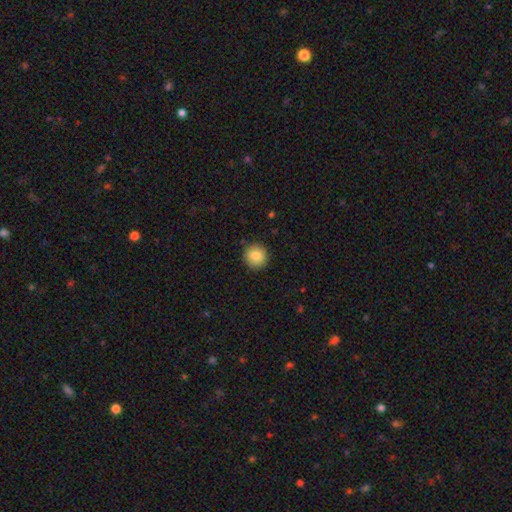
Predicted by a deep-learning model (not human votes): smooth_or_featured: smooth (p=0.84) [alt: star or artifact p=0.09]
how_rounded: round (p=0.94) [alt: in between p=0.06]
merging: none (p=0.90) [alt: minor disturbance p=0.07]